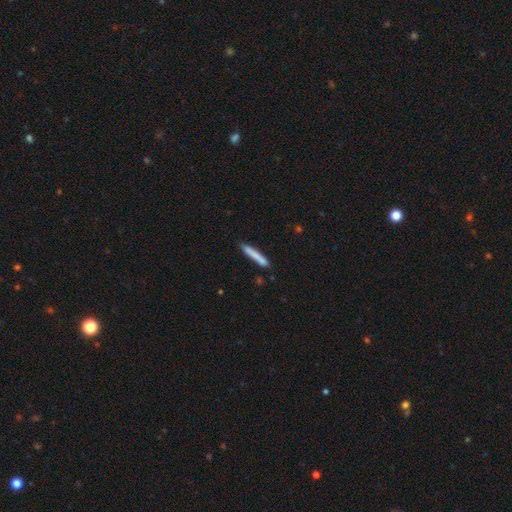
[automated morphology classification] This appears to be a smooth galaxy with no disk features (78%) that is cigar-shaped (95%). Merging: none (83%).